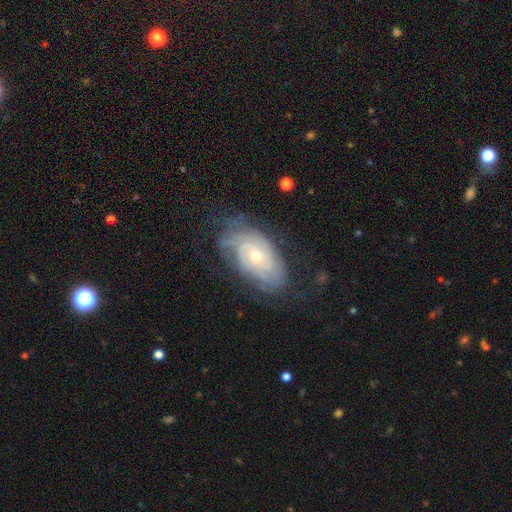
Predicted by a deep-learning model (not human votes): The model was most divided on "bulge size": small: 55%, moderate: 42%, large: 2%, none: 1%, dominant: 1%. Remaining: edge-on disk — no (95%); spiral arms — yes (92%); smooth or featured — featured or disk (80%); spiral winding — tight (73%); bar — no (73%); merging — none (66%); spiral arm count — can't tell (49%).